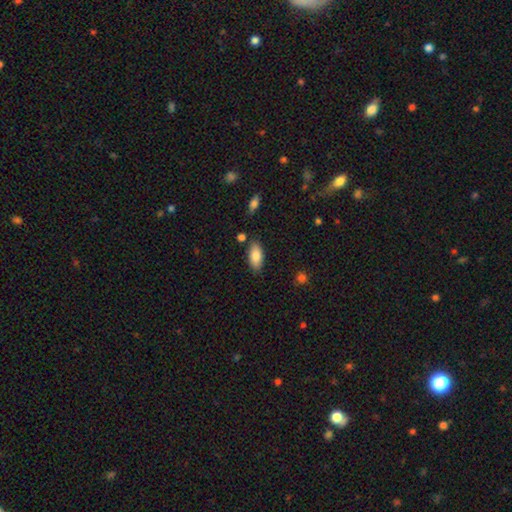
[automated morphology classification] The model was most divided on "merging": none: 82%, minor disturbance: 12%, merger: 4%, major disturbance: 3%. More confident: how rounded — in between (89%); smooth or featured — smooth (85%).